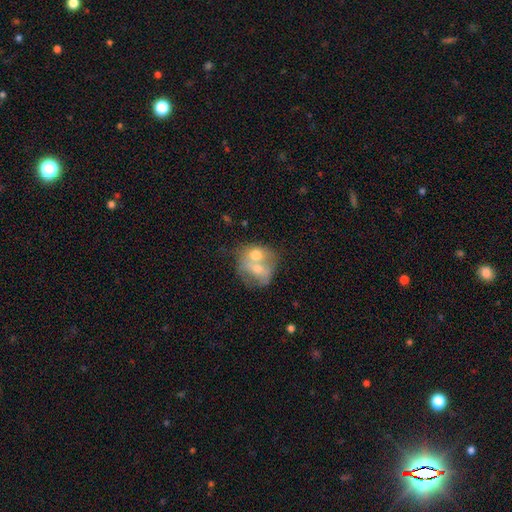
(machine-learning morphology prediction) smooth-or-featured: smooth: 56% | featured or disk: 37% | star or artifact: 7%
  how-rounded: round: 63% | in between: 36% | cigar-shaped: 1%
  merging: merger: 72% | none: 17% | minor disturbance: 7% | major disturbance: 4%